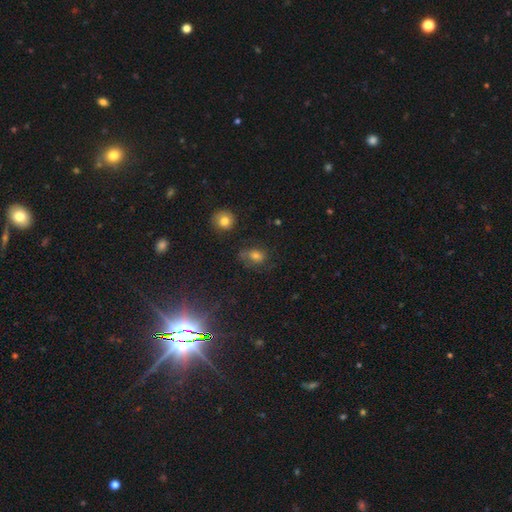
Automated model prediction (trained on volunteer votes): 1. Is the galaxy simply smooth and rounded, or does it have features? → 52% smooth, 30% star or artifact, 18% featured or disk.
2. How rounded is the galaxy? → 68% in between, 29% round, 3% cigar-shaped.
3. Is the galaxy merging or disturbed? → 61% none, 23% minor disturbance, 12% major disturbance, 4% merger.